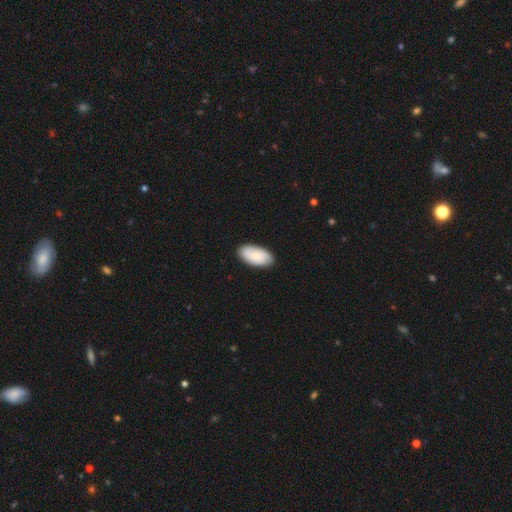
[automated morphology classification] Smooth or featured?
  - smooth: 66% *
  - featured or disk: 28%
  - star or artifact: 6%
How rounded?
  - in between: 94% *
  - cigar-shaped: 4%
  - round: 2%
Merging?
  - none: 86% *
  - minor disturbance: 11%
  - major disturbance: 2%
  - merger: 1%